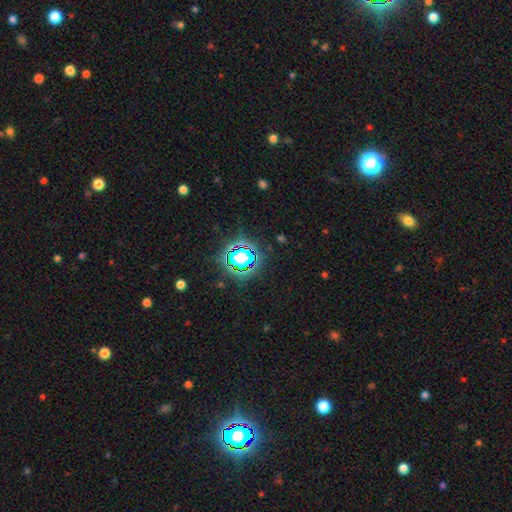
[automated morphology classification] Q: Smooth or featured?
A: star or artifact (81%); runner-up: smooth (12%)